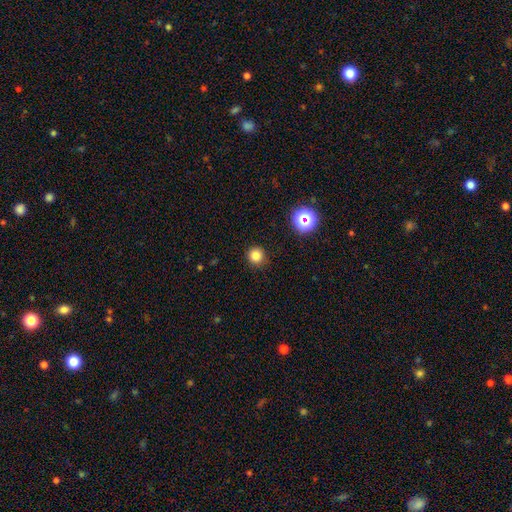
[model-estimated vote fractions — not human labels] Overall: smooth (80%). How rounded: round (95%). Merging: none (91%).